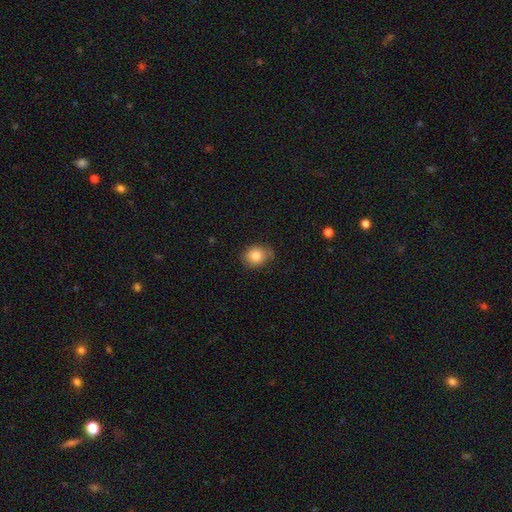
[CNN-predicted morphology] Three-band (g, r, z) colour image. It shows a smooth galaxy with no disk features (83%) that is round (63%). Merging: none (73%).